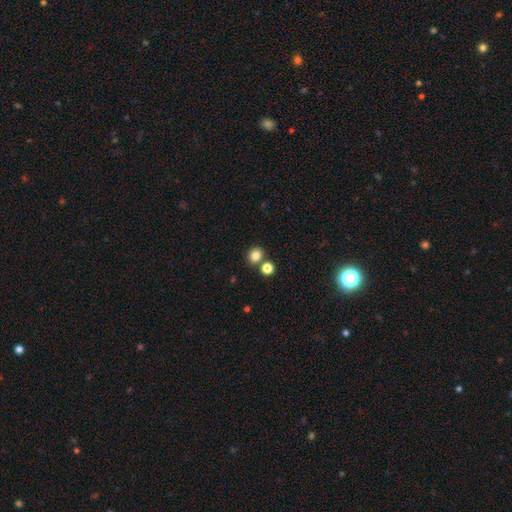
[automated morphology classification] Overall: smooth (82%). How rounded: round (75%). Merging: none (71%).